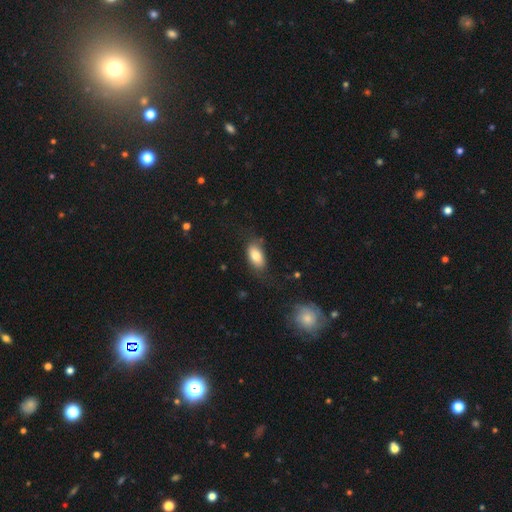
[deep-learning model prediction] This appears to be a smooth galaxy with no disk features (80%) that is in between round and cigar-shaped (92%). Merging: none (72%).